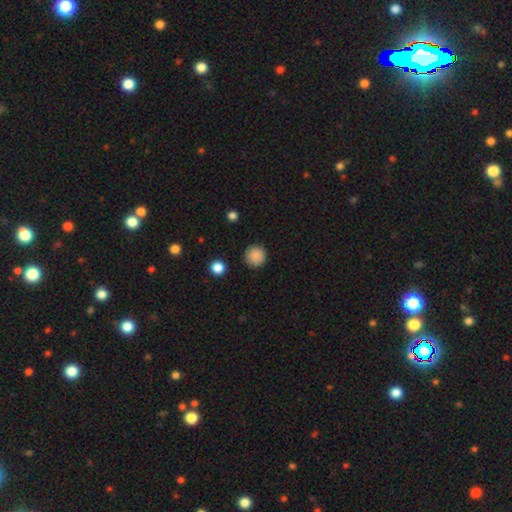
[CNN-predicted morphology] Overall: smooth (88%). How rounded: round (96%). Merging: none (91%).